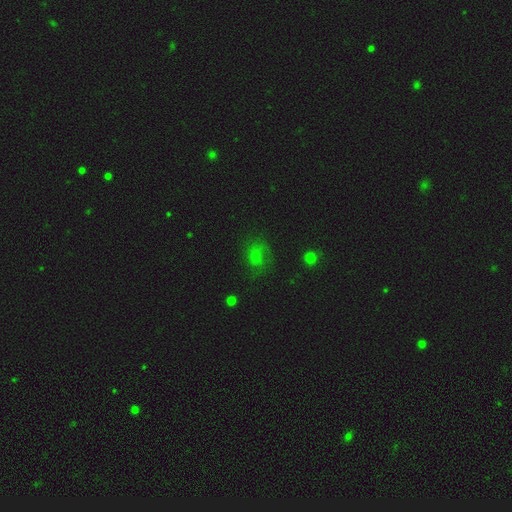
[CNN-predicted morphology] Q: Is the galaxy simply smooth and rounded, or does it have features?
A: smooth — 56%.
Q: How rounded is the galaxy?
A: round — 50%.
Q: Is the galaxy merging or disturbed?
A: none — 64%.